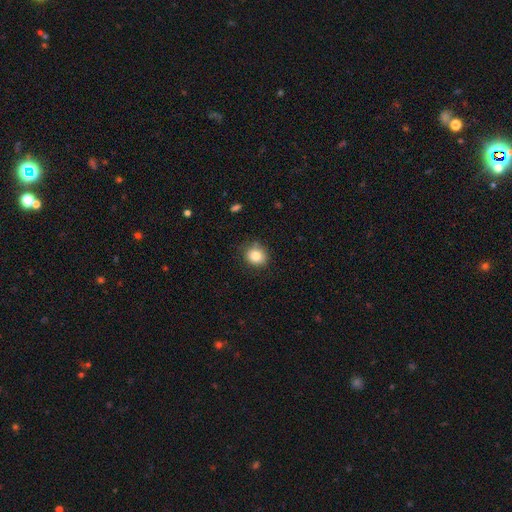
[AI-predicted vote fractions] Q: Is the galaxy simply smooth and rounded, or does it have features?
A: smooth — 83%.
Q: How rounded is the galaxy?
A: round — 75%.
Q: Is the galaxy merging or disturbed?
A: none — 79%.